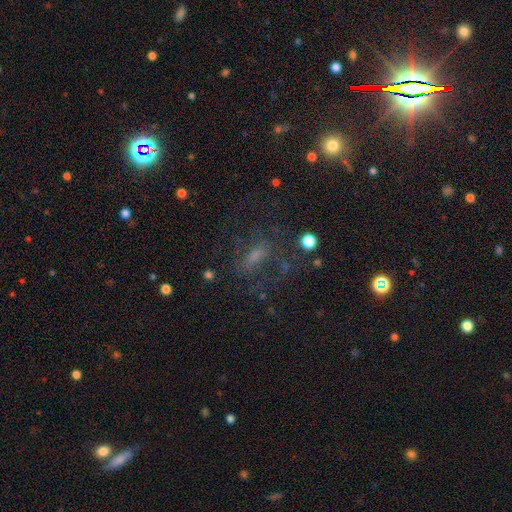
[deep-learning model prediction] smooth-or-featured: smooth: 37% | featured or disk: 36% | star or artifact: 27%
  merging: none: 56% | major disturbance: 22% | minor disturbance: 18% | merger: 4%